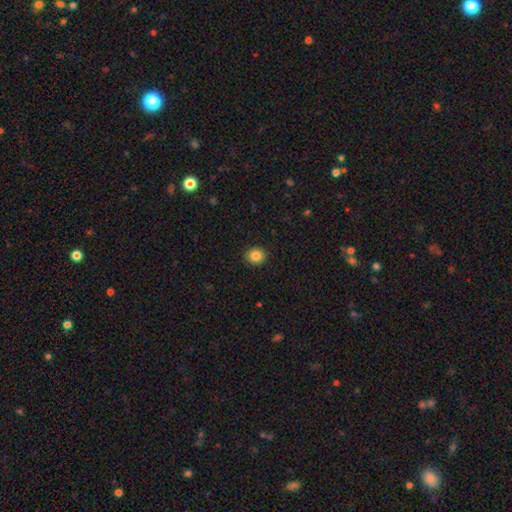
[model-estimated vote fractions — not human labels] This is clearly a smooth galaxy (85%). How rounded: clearly round (84%). Merging: clearly none (91%).